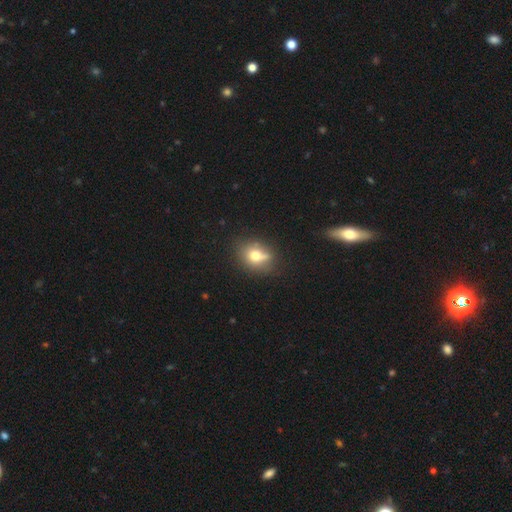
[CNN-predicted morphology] The model was most divided on "how rounded": round: 57%, in between: 41%, cigar-shaped: 2%. More confident: smooth or featured — smooth (67%); merging — none (59%).